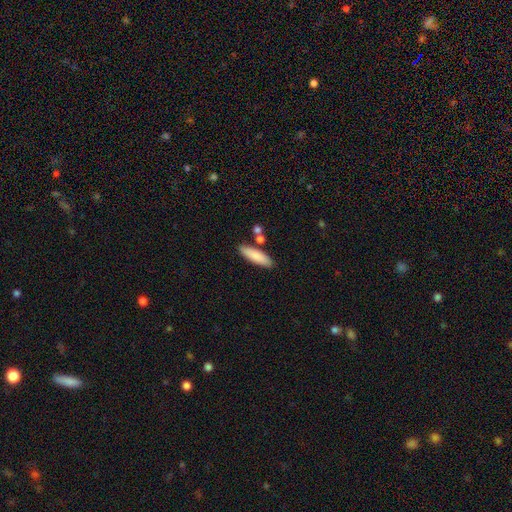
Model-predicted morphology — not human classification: Smooth or featured: smooth — 84% (featured or disk — 10%)
How rounded: cigar-shaped — 58% (in between — 40%)
Merging: none — 79% (minor disturbance — 10%)